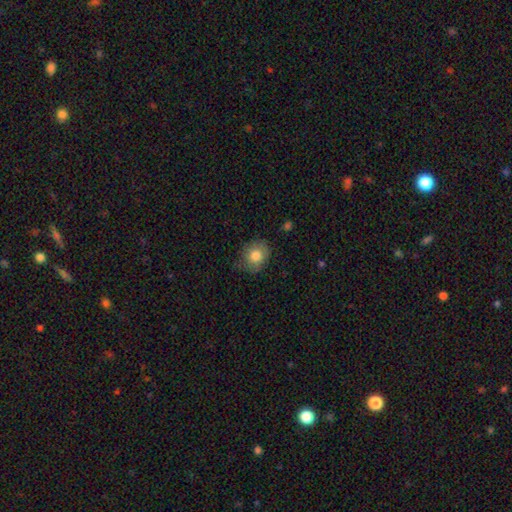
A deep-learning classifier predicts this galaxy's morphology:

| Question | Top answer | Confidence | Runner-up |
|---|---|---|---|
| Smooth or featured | smooth | 79% | featured or disk (12%) |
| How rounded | round | 61% | in between (38%) |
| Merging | none | 75% | minor disturbance (20%) |